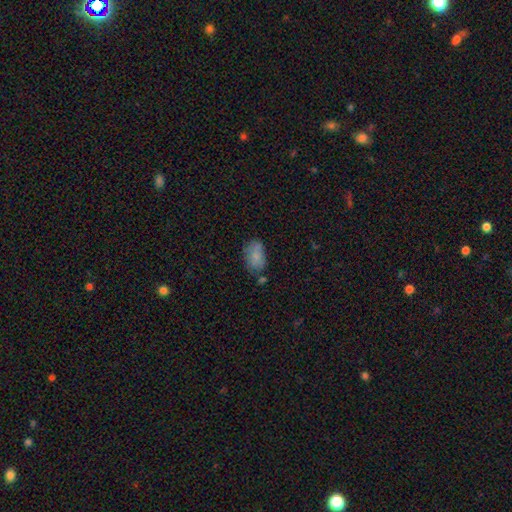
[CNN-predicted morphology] Overall: smooth (78%). How rounded: in between (90%). Merging: none (54%; minor disturbance 26%).